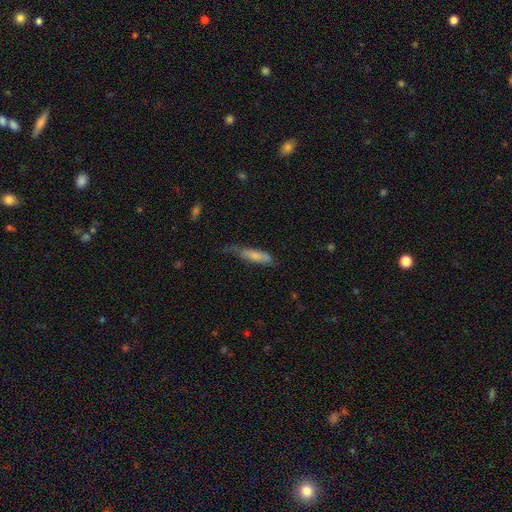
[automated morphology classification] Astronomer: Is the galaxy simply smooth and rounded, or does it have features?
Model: smooth — 71%.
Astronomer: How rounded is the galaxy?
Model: cigar-shaped — 61% (runner-up: in between, 37%).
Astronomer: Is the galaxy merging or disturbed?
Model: minor disturbance — 39% (runner-up: none, 36%).